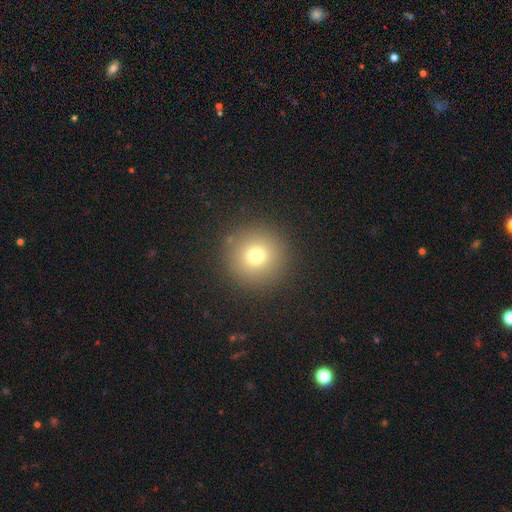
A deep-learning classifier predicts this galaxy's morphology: Smooth or featured?
  - smooth: 75% *
  - star or artifact: 15%
  - featured or disk: 10%
How rounded?
  - round: 96% *
  - in between: 3%
  - cigar-shaped: 1%
Merging?
  - none: 90% *
  - minor disturbance: 6%
  - major disturbance: 3%
  - merger: 1%